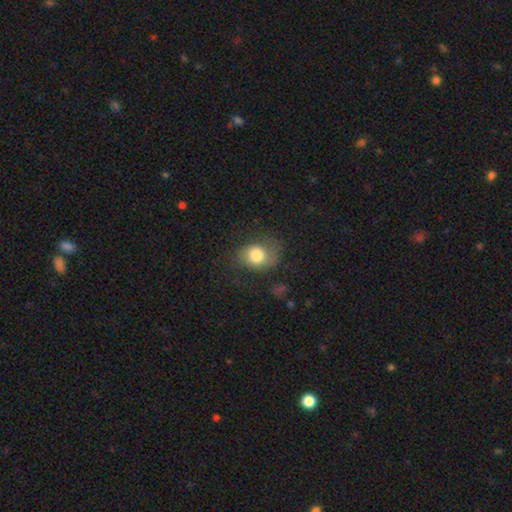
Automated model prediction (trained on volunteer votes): Smooth or featured? smooth (73%)
How rounded? round (53%)
Merging? none (58%)